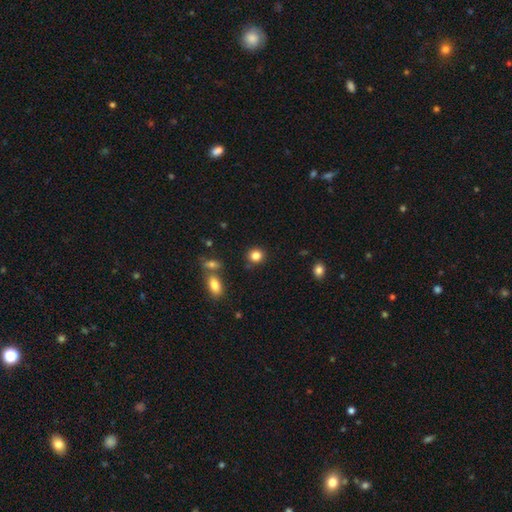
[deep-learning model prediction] Smooth or featured? Predicted: smooth (p=0.84). How rounded? Predicted: round (p=0.86). Merging? Predicted: none (p=0.86).